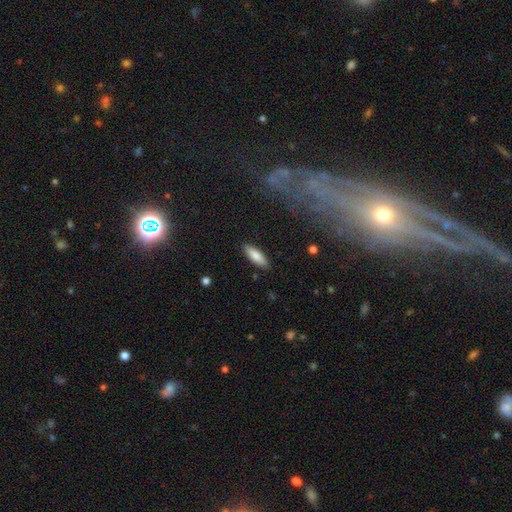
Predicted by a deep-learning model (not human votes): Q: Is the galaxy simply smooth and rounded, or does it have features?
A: smooth — 83%.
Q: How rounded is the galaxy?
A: in between — 59%.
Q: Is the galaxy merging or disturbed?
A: none — 88%.